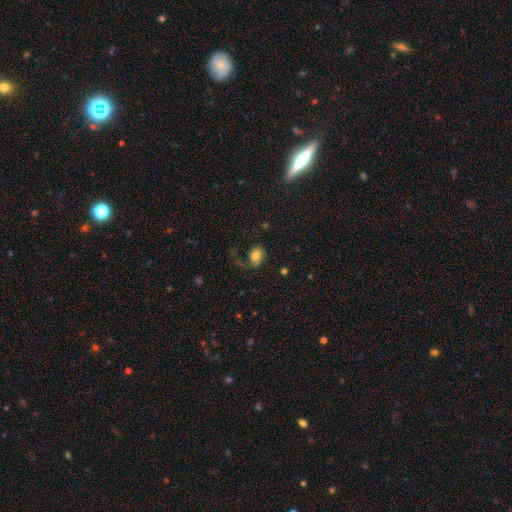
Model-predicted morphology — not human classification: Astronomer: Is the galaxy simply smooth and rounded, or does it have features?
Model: smooth — 65%.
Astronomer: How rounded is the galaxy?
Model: in between — 62%.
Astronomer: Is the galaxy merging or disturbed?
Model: none — 43% (runner-up: major disturbance, 36%).